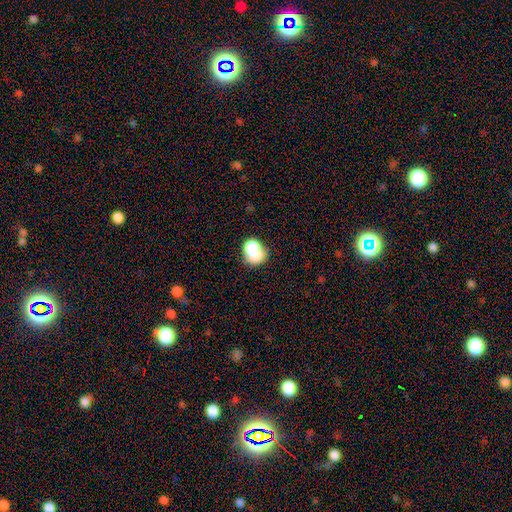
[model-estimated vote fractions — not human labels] smooth_or_featured: smooth (p=0.71) [alt: featured or disk p=0.18]
how_rounded: round (p=0.56) [alt: in between p=0.43]
merging: merger (p=0.42) [alt: none p=0.30]